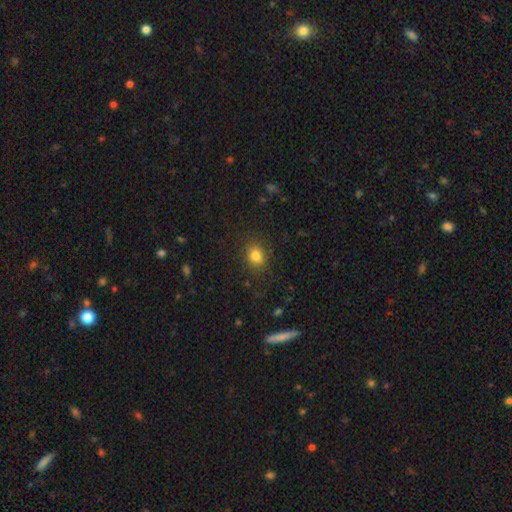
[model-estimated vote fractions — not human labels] smooth 81%, star or artifact 12%, featured or disk 7%. Down the decision tree: how rounded — round (52%); merging — none (82%).